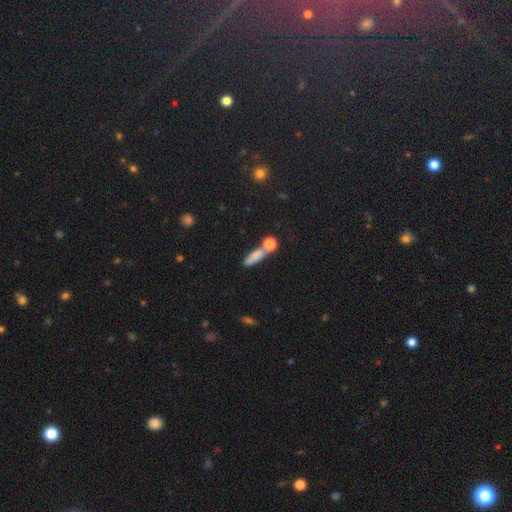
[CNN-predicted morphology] Q: Smooth or featured?
A: smooth (74%); runner-up: star or artifact (14%)
Q: How rounded?
A: cigar-shaped (45%); runner-up: in between (40%)
Q: Merging?
A: none (56%); runner-up: merger (24%)